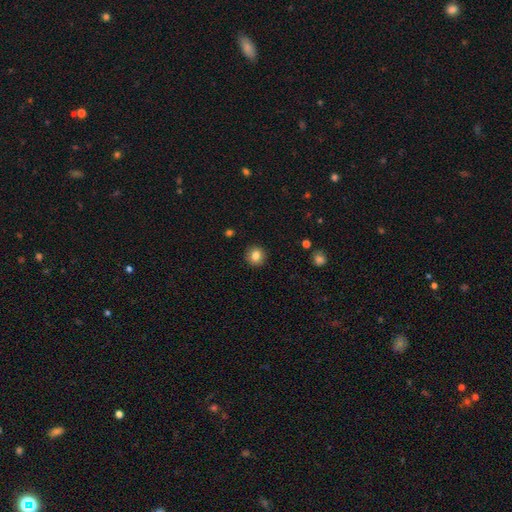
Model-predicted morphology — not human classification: Smooth or featured? smooth (83%)
How rounded? round (91%)
Merging? none (92%)